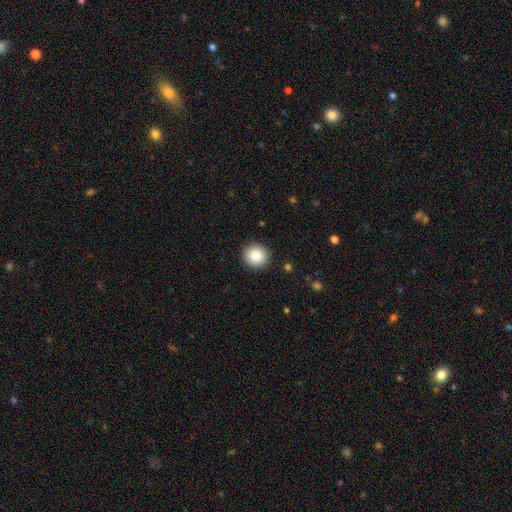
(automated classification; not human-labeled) smooth-or-featured: smooth: 88% | star or artifact: 8% | featured or disk: 4%
  how-rounded: round: 90% | in between: 9% | cigar-shaped: 1%
  merging: none: 92% | minor disturbance: 6% | major disturbance: 2% | merger: 1%